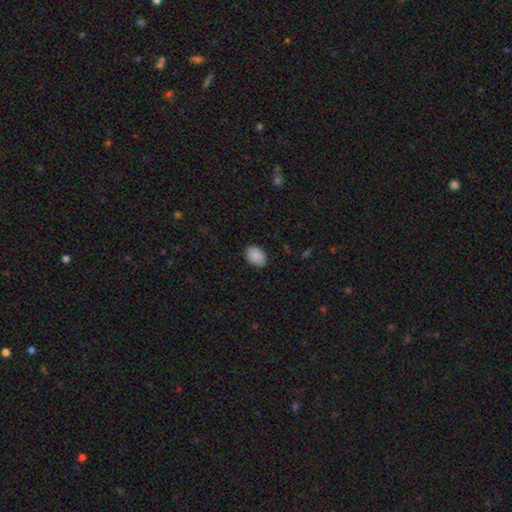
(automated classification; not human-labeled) smooth_or_featured: smooth (p=0.90) [alt: star or artifact p=0.07]
how_rounded: in between (p=0.81) [alt: round p=0.18]
merging: none (p=0.89) [alt: minor disturbance p=0.08]